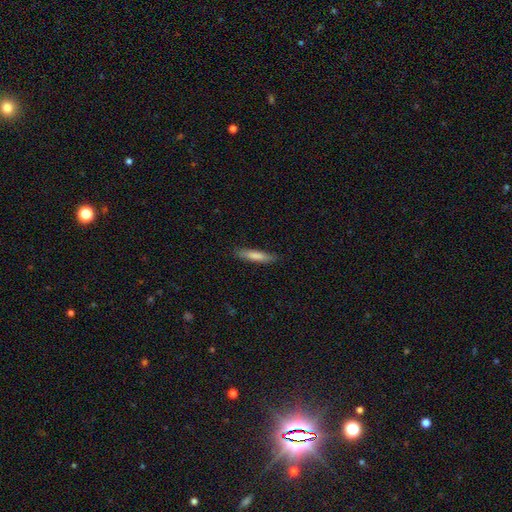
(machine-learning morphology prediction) Smooth or featured: smooth — 80% (featured or disk — 15%)
How rounded: cigar-shaped — 83% (in between — 16%)
Merging: none — 85% (minor disturbance — 12%)